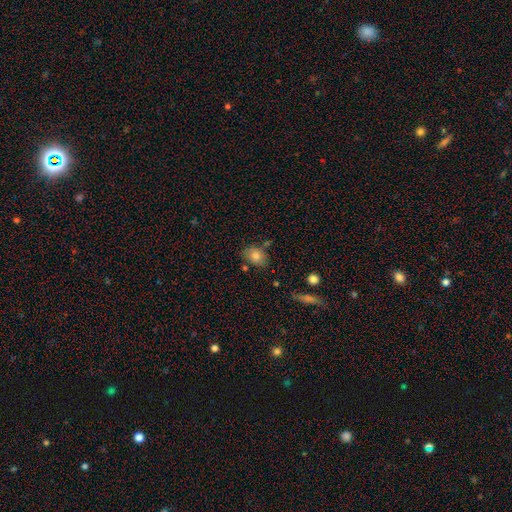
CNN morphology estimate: This appears to be a smooth galaxy with no disk features (80%) that is in between round and cigar-shaped (70%). Merging: none (70%).